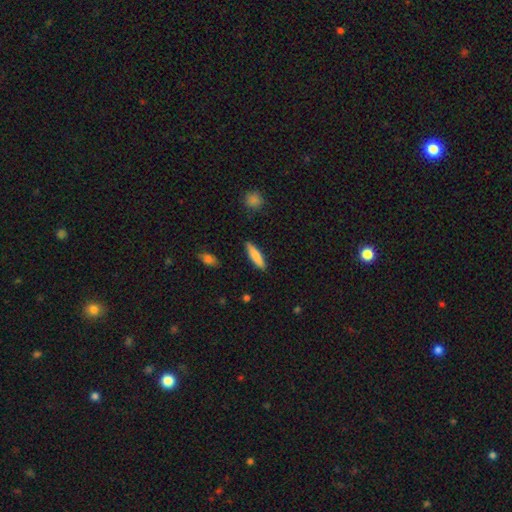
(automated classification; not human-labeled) Smooth or featured: smooth — 77% (featured or disk — 17%)
How rounded: cigar-shaped — 73% (in between — 25%)
Merging: none — 88% (minor disturbance — 9%)